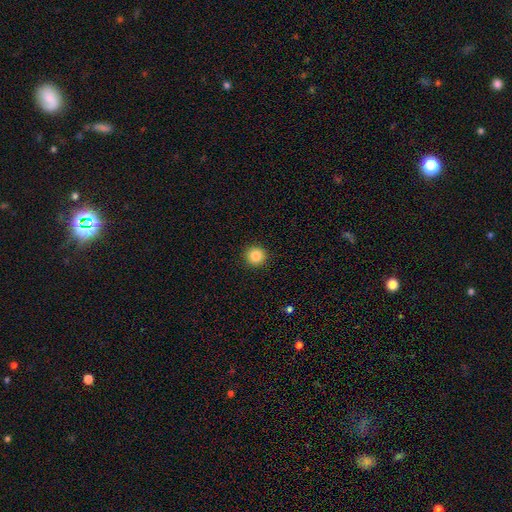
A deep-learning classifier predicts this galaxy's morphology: smooth 86%, star or artifact 10%, featured or disk 4%. Down the decision tree: how rounded — round (95%); merging — none (93%).